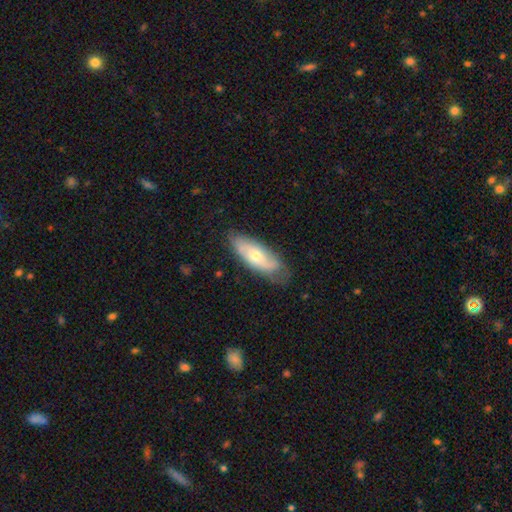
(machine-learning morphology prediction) smooth-or-featured: featured or disk: 50% | smooth: 44% | star or artifact: 6%
  disk-edge-on: no: 77% | yes: 23%
  merging: none: 70% | minor disturbance: 23% | major disturbance: 6% | merger: 1%